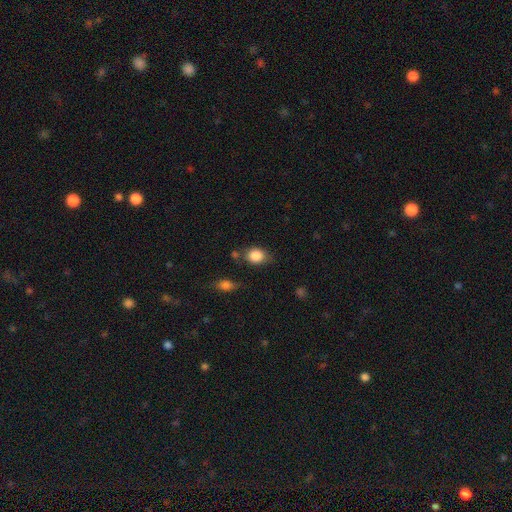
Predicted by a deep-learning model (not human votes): smooth_or_featured: smooth (p=0.86) [alt: star or artifact p=0.08]
how_rounded: in between (p=0.55) [alt: round p=0.43]
merging: none (p=0.66) [alt: minor disturbance p=0.21]